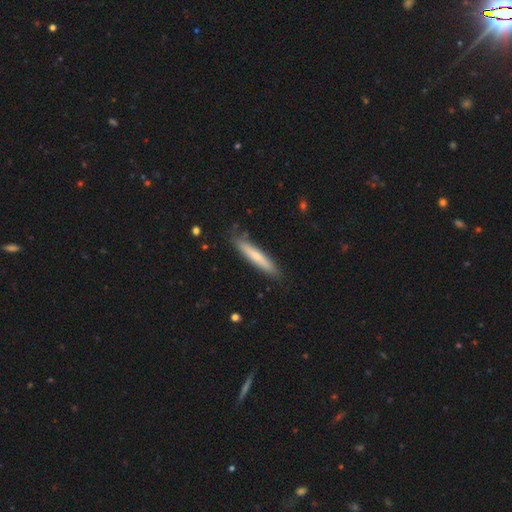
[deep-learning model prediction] Morphology: type=smooth (64%); roundness=cigar-shaped (92%); merging=none (85%).